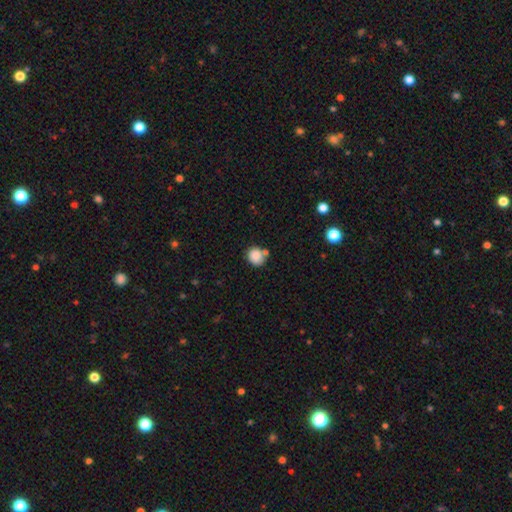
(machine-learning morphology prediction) smooth-or-featured: smooth: 85% | star or artifact: 9% | featured or disk: 5%
  how-rounded: round: 80% | in between: 19% | cigar-shaped: 1%
  merging: none: 67% | merger: 15% | minor disturbance: 14% | major disturbance: 4%